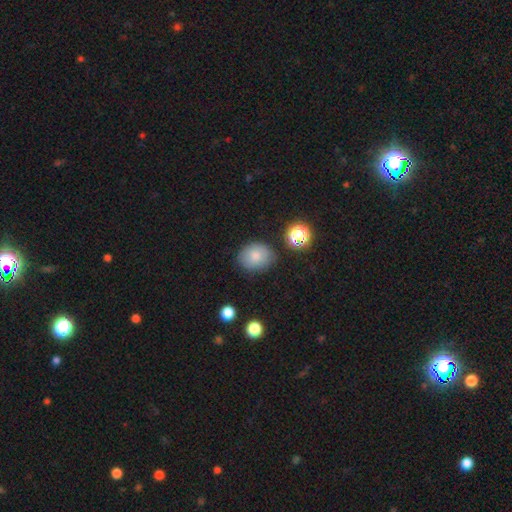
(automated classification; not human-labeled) Q: Smooth or featured?
A: smooth (80%); runner-up: star or artifact (10%)
Q: How rounded?
A: round (53%); runner-up: in between (46%)
Q: Merging?
A: none (77%); runner-up: minor disturbance (15%)